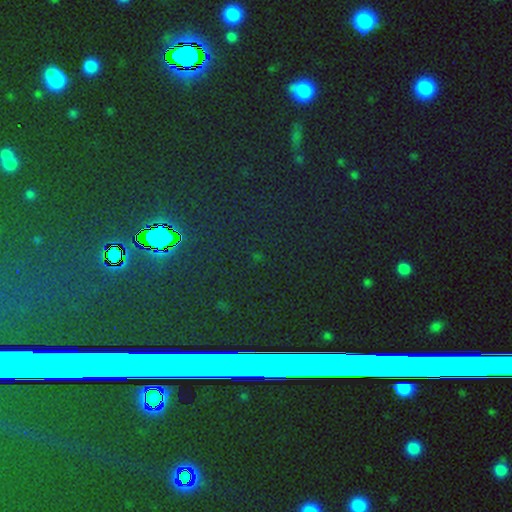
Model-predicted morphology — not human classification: Smooth or featured? star or artifact (82%)